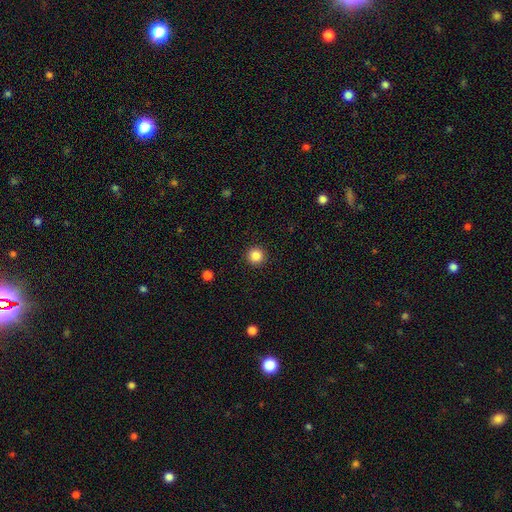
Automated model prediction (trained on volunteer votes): smooth_or_featured: smooth (p=0.86) [alt: star or artifact p=0.11]
how_rounded: round (p=0.96) [alt: in between p=0.03]
merging: none (p=0.93) [alt: minor disturbance p=0.04]